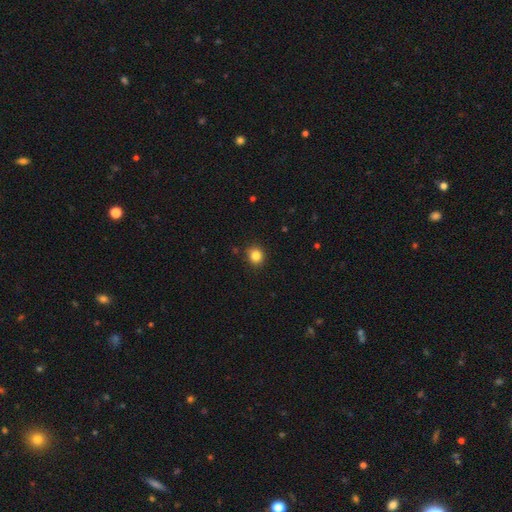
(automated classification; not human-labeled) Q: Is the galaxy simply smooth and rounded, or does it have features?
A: smooth — 84%.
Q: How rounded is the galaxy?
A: round — 85%.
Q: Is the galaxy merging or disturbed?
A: none — 89%.